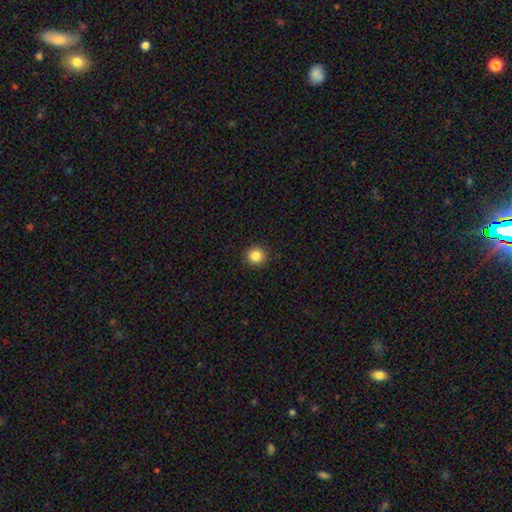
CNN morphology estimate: The model was most divided on "smooth or featured": smooth: 85%, star or artifact: 11%, featured or disk: 4%. More confident: how rounded — round (92%); merging — none (92%).